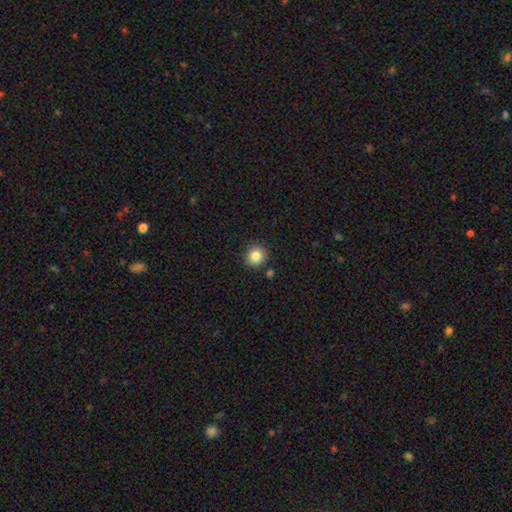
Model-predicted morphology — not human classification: A smooth galaxy with no disk features (85%) that is round (89%).

Vote fractions:
- Smooth or featured? smooth: 85% / star or artifact: 10% / featured or disk: 5%
- How rounded? round: 89% / in between: 10% / cigar-shaped: 1%
- Merging? none: 87% / minor disturbance: 7% / merger: 3% / major disturbance: 2%